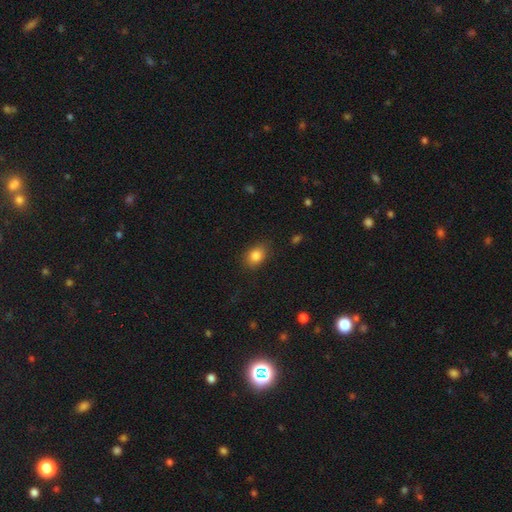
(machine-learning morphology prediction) smooth_or_featured: smooth (p=0.84) [alt: star or artifact p=0.09]
how_rounded: in between (p=0.68) [alt: round p=0.31]
merging: none (p=0.84) [alt: minor disturbance p=0.12]